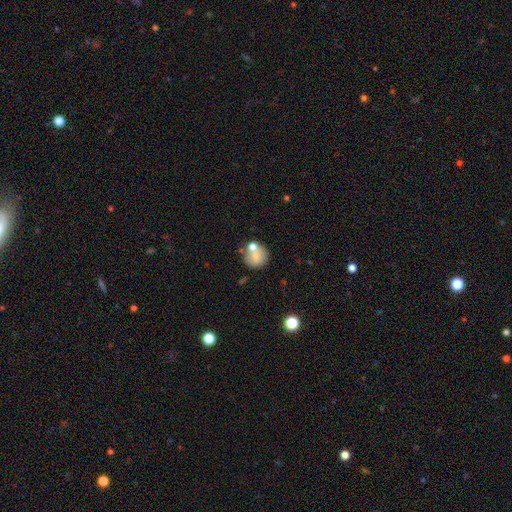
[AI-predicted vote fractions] Smooth or featured? smooth (70%)
How rounded? round (87%)
Merging? none (59%)